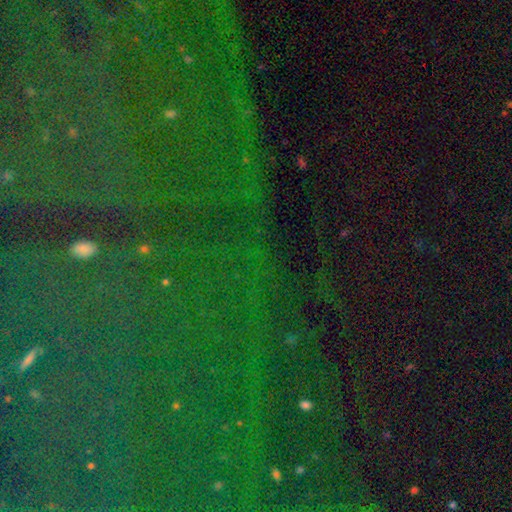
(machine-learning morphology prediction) Smooth or featured?
  - star or artifact: 80% *
  - smooth: 11%
  - featured or disk: 9%